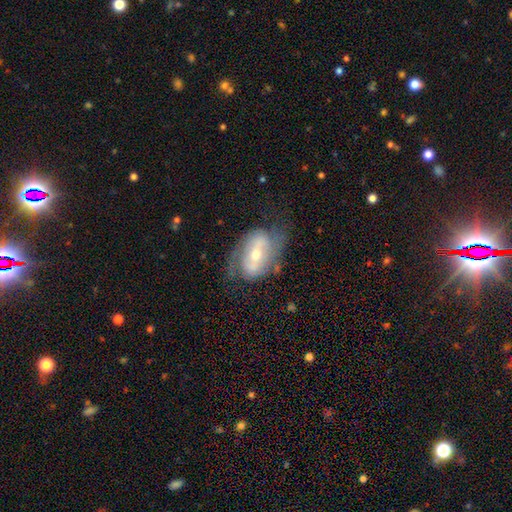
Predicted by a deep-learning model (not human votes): Smooth or featured? Predicted: featured or disk (p=0.73). Edge-on disk? Predicted: no (p=0.94). Bar? Predicted: weak (p=0.36). Spiral arms? Predicted: yes (p=0.75). Spiral winding? Predicted: medium (p=0.43). Spiral arm count? Predicted: 2 (p=0.75). Bulge size? Predicted: moderate (p=0.55). Merging? Predicted: none (p=0.60).